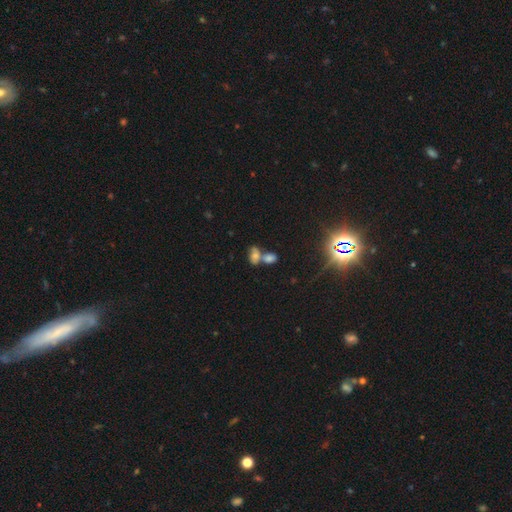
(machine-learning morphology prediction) This is possibly a smooth galaxy (59%). How rounded: likely in between (78%). Merging: likely merger (61%).